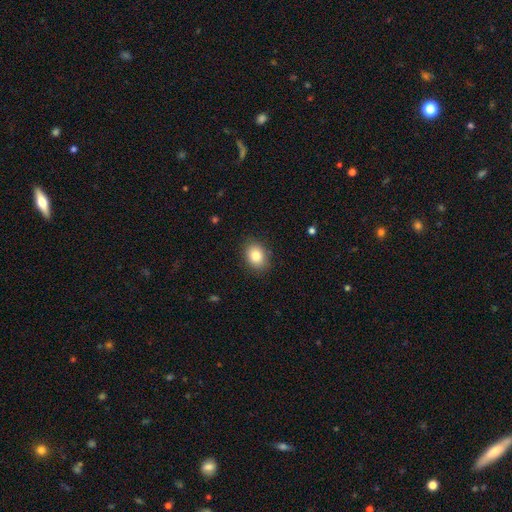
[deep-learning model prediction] Smooth or featured? smooth (84%)
How rounded? in between (70%)
Merging? none (87%)